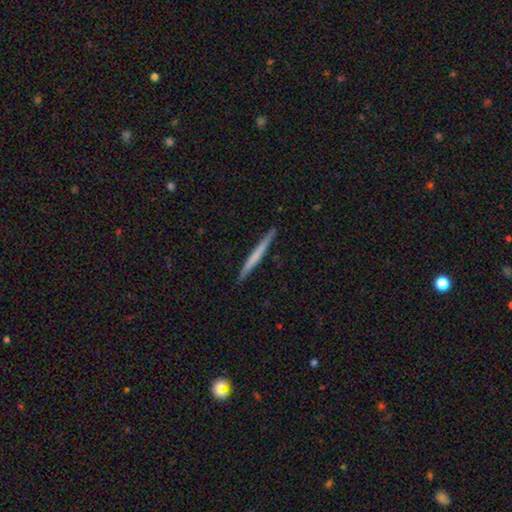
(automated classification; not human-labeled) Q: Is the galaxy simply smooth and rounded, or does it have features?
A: smooth — 52%.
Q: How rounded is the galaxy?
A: cigar-shaped — 97%.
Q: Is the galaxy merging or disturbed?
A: none — 92%.